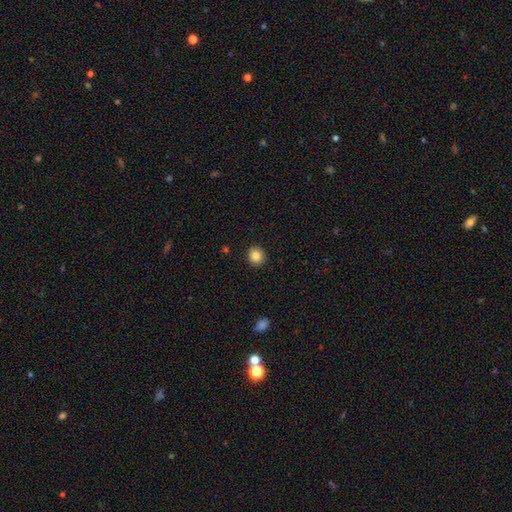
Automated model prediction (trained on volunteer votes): This appears to be a smooth galaxy with no disk features (85%) that is round (87%). Merging: none (92%).